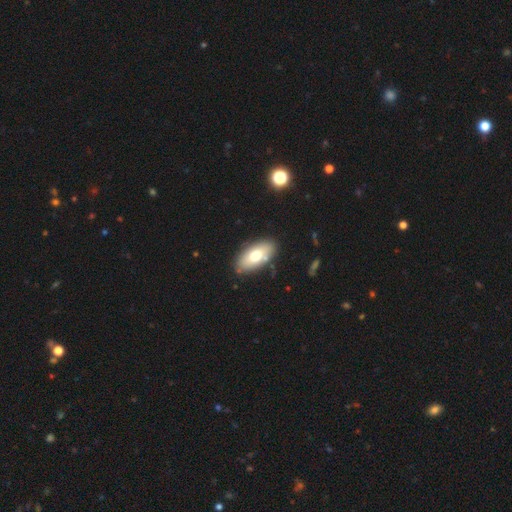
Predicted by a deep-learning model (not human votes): Smooth or featured?
  - smooth: 69% *
  - featured or disk: 24%
  - star or artifact: 7%
How rounded?
  - in between: 91% *
  - cigar-shaped: 5%
  - round: 3%
Merging?
  - none: 83% *
  - minor disturbance: 11%
  - merger: 4%
  - major disturbance: 3%